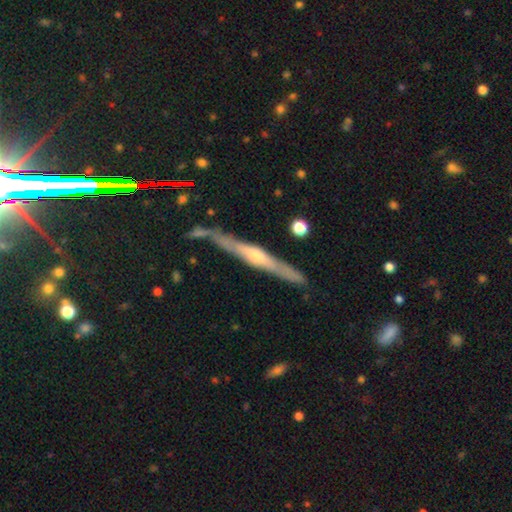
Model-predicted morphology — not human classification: Smooth or featured?
  - featured or disk: 72% *
  - smooth: 22%
  - star or artifact: 6%
Edge-on disk?
  - yes: 95% *
  - no: 5%
Edge-on bulge?
  - rounded: 76% *
  - none: 17%
  - boxy: 8%
Merging?
  - none: 79% *
  - minor disturbance: 14%
  - merger: 4%
  - major disturbance: 3%